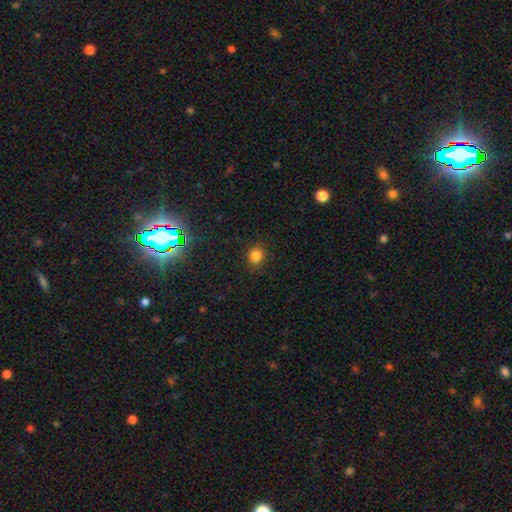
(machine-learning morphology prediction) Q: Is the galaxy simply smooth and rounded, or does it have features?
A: smooth — 82%.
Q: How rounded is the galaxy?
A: round — 79%.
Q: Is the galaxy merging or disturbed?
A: none — 88%.